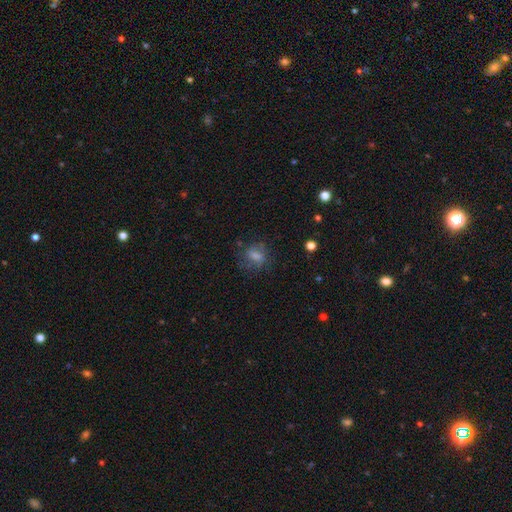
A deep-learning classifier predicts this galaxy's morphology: smooth-or-featured: smooth: 64% | featured or disk: 24% | star or artifact: 12%
  how-rounded: in between: 54% | round: 43% | cigar-shaped: 4%
  merging: none: 59% | minor disturbance: 22% | major disturbance: 17% | merger: 2%